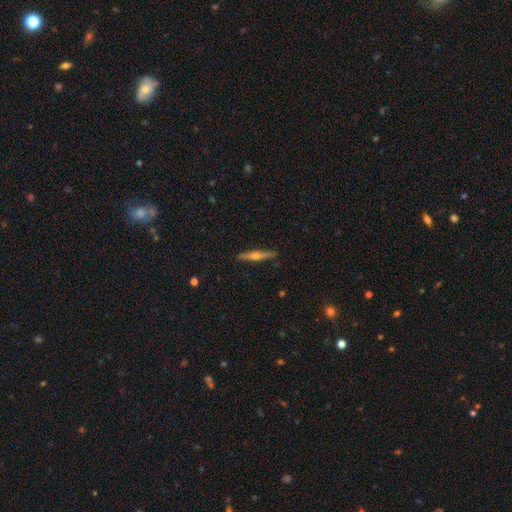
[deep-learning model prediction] Smooth or featured? featured or disk (69%)
Edge-on disk? yes (97%)
Edge-on bulge? rounded (88%)
Merging? none (90%)